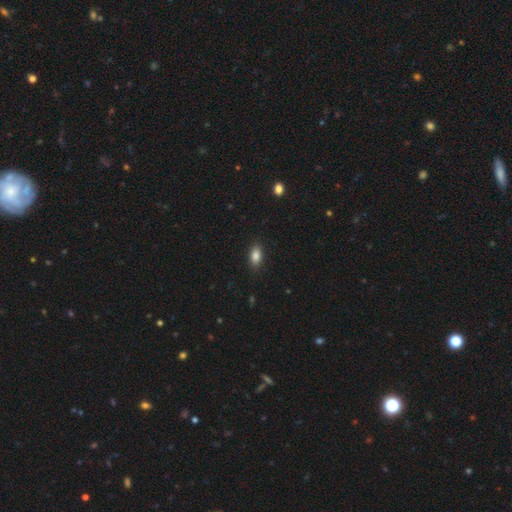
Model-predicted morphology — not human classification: The model was most divided on "smooth or featured": smooth: 86%, star or artifact: 8%, featured or disk: 6%. More confident: how rounded — in between (89%); merging — none (87%).